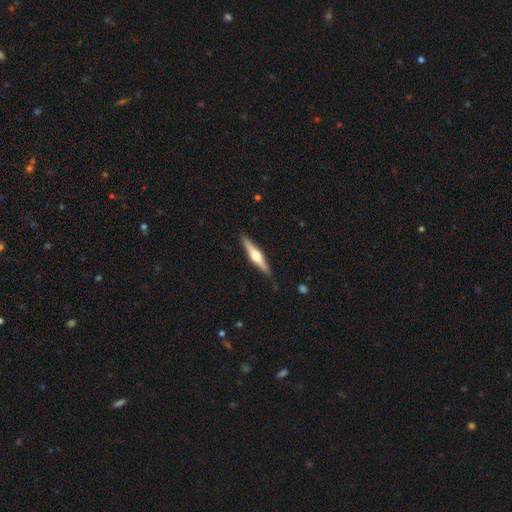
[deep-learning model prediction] Smooth or featured?
  - featured or disk: 67% *
  - smooth: 28%
  - star or artifact: 5%
Edge-on disk?
  - yes: 97% *
  - no: 3%
Edge-on bulge?
  - rounded: 93% *
  - boxy: 5%
  - none: 3%
Merging?
  - none: 87% *
  - minor disturbance: 10%
  - major disturbance: 2%
  - merger: 1%